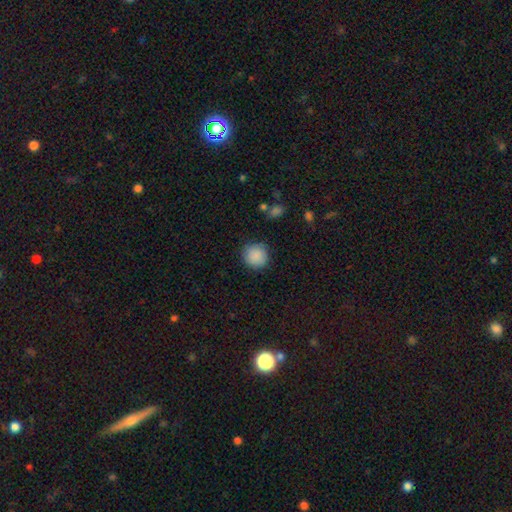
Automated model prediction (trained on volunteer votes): smooth 88%, star or artifact 8%, featured or disk 4%. Down the decision tree: how rounded — round (93%); merging — none (86%).